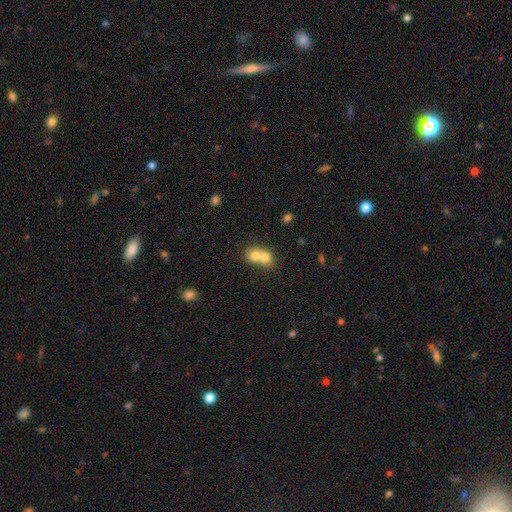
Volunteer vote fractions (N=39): Smooth or featured? 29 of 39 (74%) said smooth. How rounded? 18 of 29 (62%) said round. Merging? 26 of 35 (74%) said merger.